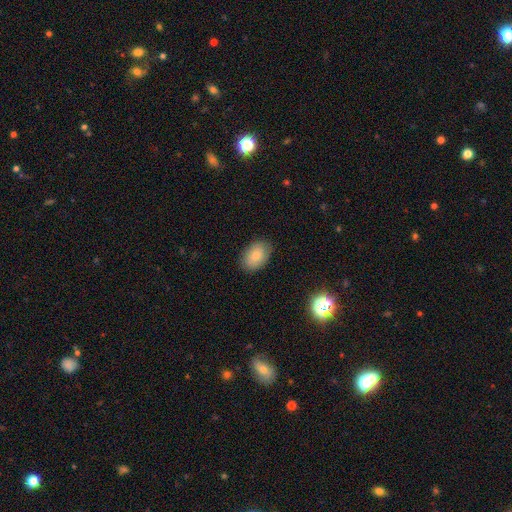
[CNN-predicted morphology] Overall: smooth (80%). How rounded: in between (86%). Merging: none (83%).